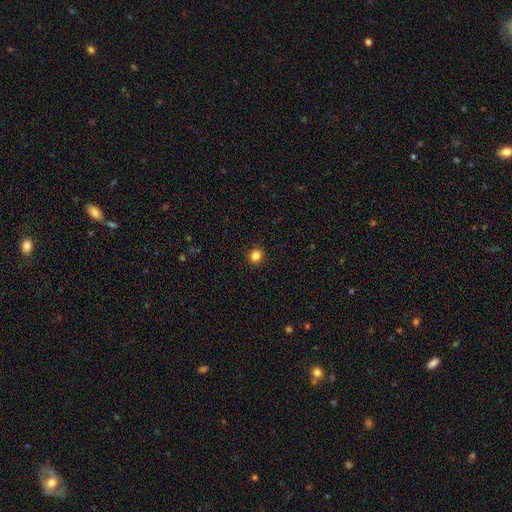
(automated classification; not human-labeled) Q: Smooth or featured?
A: smooth (84%); runner-up: star or artifact (12%)
Q: How rounded?
A: round (90%); runner-up: in between (9%)
Q: Merging?
A: none (92%); runner-up: minor disturbance (5%)